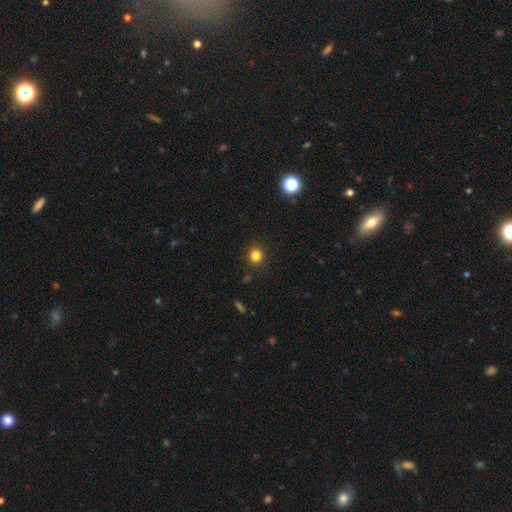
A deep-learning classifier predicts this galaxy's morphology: A smooth galaxy with no disk features (81%) that is round (89%).

Vote fractions:
- Smooth or featured? smooth: 81% / star or artifact: 14% / featured or disk: 5%
- How rounded? round: 89% / in between: 10% / cigar-shaped: 1%
- Merging? none: 90% / minor disturbance: 7% / major disturbance: 2% / merger: 1%